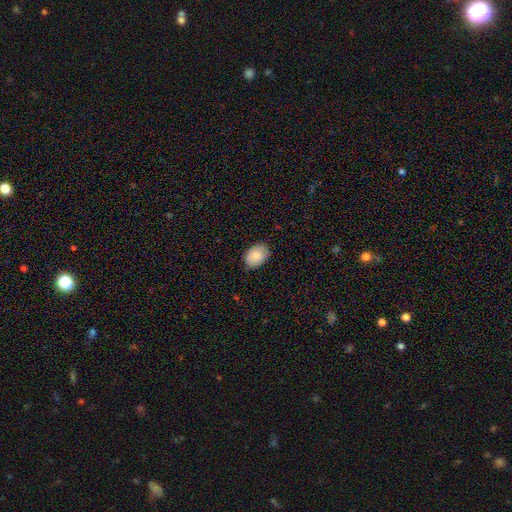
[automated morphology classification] type=smooth (83%); roundness=in between (80%); merging=none (81%).